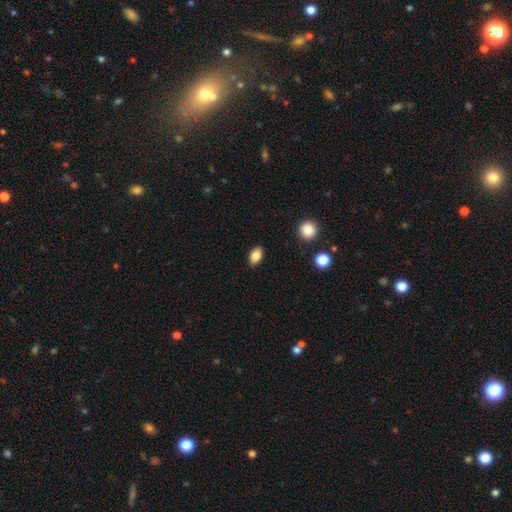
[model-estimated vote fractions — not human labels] Smooth or featured: smooth — 85% (star or artifact — 9%)
How rounded: in between — 86% (round — 12%)
Merging: none — 88% (minor disturbance — 8%)